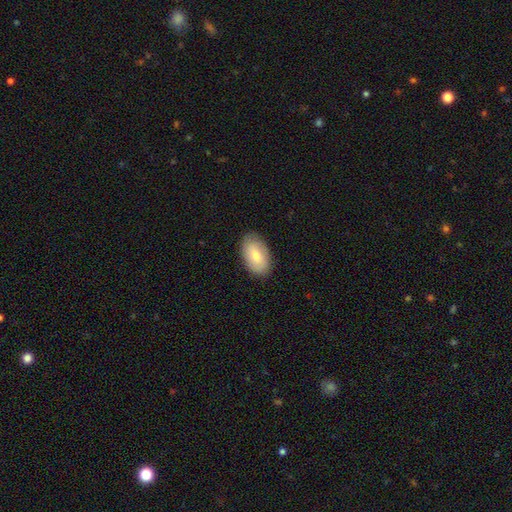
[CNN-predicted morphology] smooth 72%, featured or disk 21%, star or artifact 7%. Down the decision tree: how rounded — in between (93%); merging — none (86%).